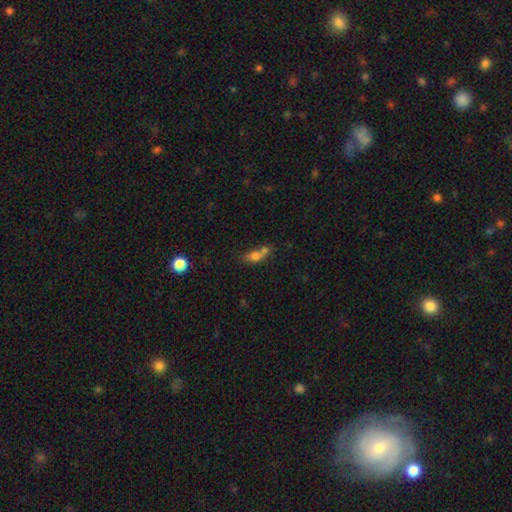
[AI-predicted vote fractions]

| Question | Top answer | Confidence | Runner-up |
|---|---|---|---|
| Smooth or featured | smooth | 68% | featured or disk (18%) |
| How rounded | in between | 63% | round (23%) |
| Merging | merger | 58% | none (24%) |